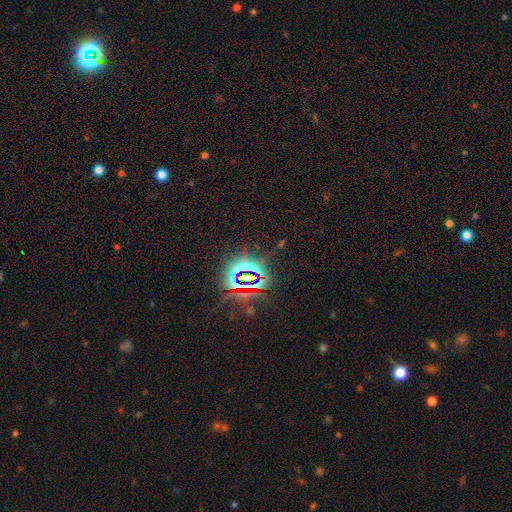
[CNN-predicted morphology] A star or artifact, not a galaxy (81%).

Vote fractions:
- Smooth or featured? star or artifact: 81% / smooth: 11% / featured or disk: 8%